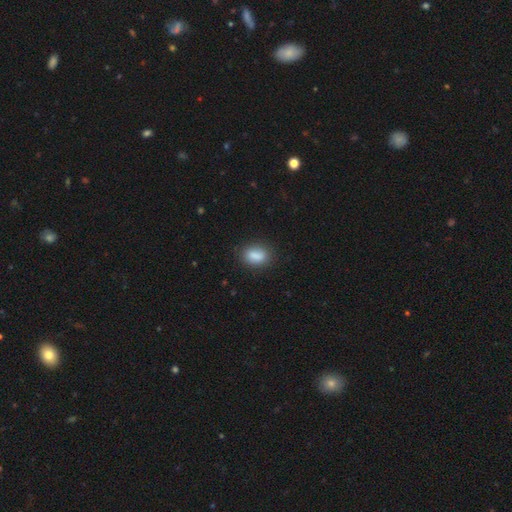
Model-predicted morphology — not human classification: A smooth galaxy with no disk features (85%) that is in between round and cigar-shaped (78%).

Vote fractions:
- Smooth or featured? smooth: 85% / star or artifact: 8% / featured or disk: 6%
- How rounded? in between: 78% / round: 18% / cigar-shaped: 4%
- Merging? none: 81% / minor disturbance: 13% / major disturbance: 3% / merger: 3%